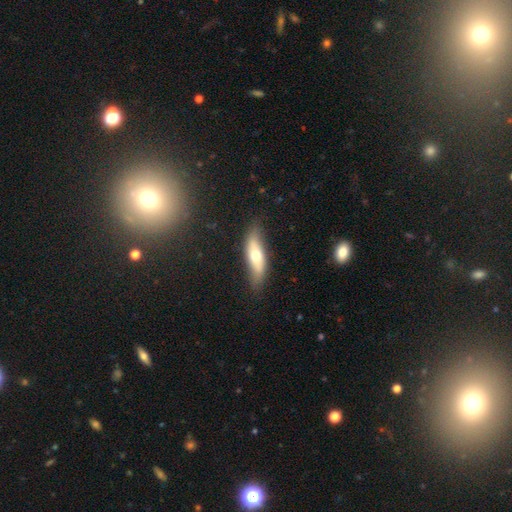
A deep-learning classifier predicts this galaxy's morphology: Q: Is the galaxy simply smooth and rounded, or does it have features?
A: smooth — 59%.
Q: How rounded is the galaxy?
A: in between — 51%.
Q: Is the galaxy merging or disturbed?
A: none — 78%.